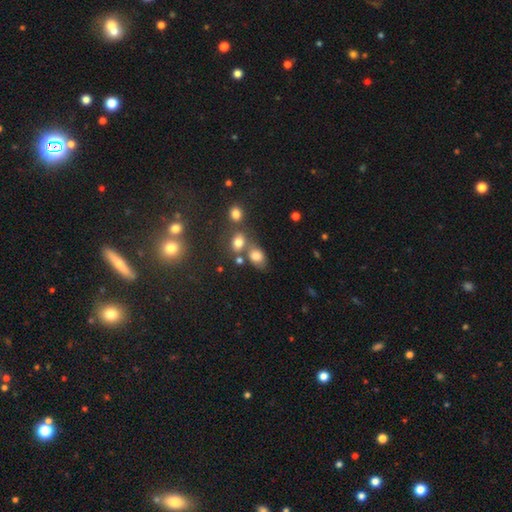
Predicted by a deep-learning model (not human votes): smooth_or_featured: smooth (p=0.76) [alt: star or artifact p=0.14]
how_rounded: in between (p=0.70) [alt: round p=0.28]
merging: none (p=0.47) [alt: merger p=0.31]